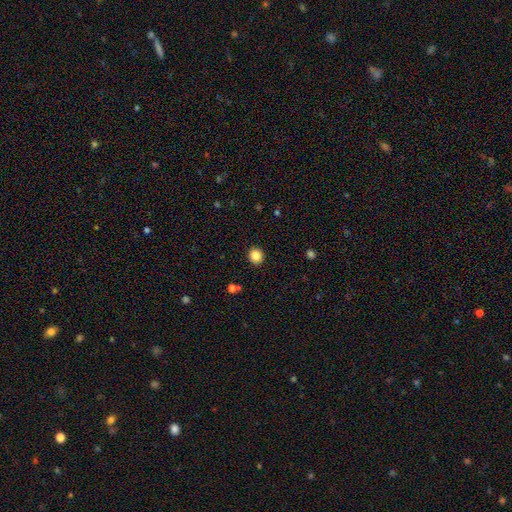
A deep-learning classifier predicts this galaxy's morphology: A smooth galaxy with no disk features (84%) that is round (88%). Merging: none (92%).